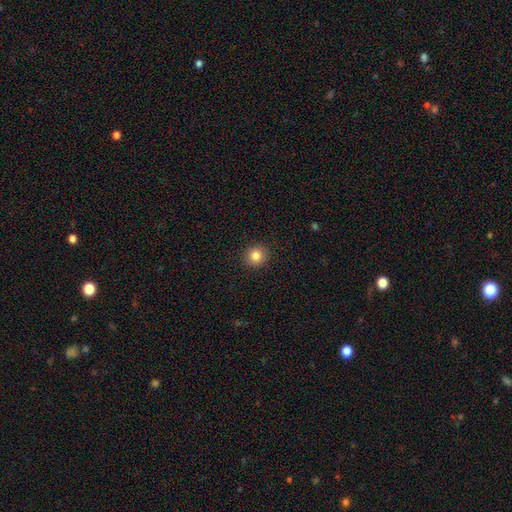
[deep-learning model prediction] Morphology: type=smooth (83%); roundness=round (86%); merging=none (91%).